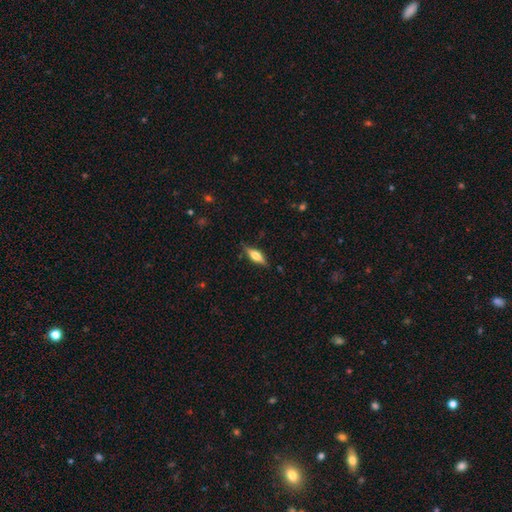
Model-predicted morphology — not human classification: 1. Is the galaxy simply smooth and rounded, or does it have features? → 52% featured or disk, 41% smooth, 7% star or artifact.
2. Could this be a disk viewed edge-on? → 94% yes, 6% no.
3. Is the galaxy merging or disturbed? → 83% none, 12% minor disturbance, 3% major disturbance, 1% merger.